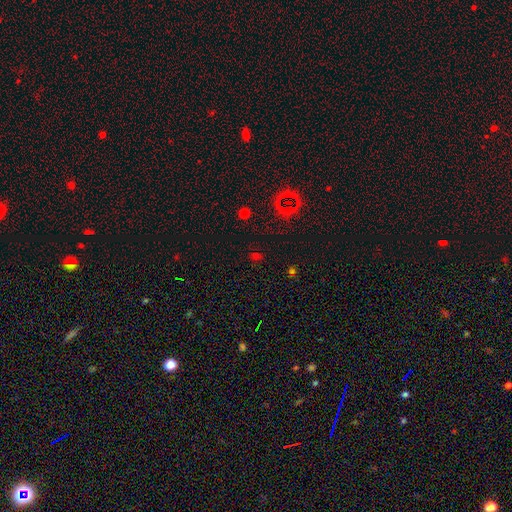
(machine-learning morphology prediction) smooth-or-featured: star or artifact: 58% | smooth: 34% | featured or disk: 8%